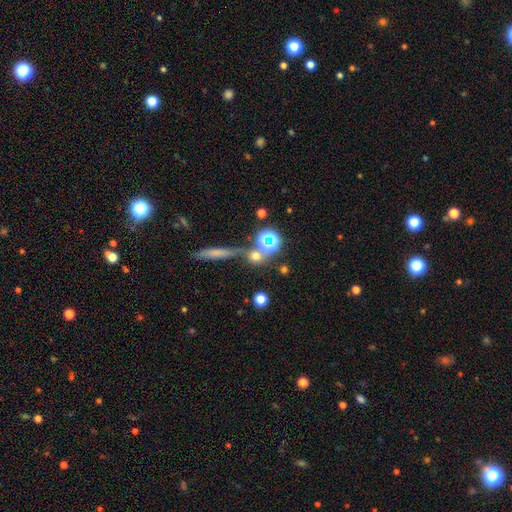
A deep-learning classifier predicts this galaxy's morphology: smooth 60%, star or artifact 25%, featured or disk 14%. Down the decision tree: how rounded — round (74%); merging — none (63%).